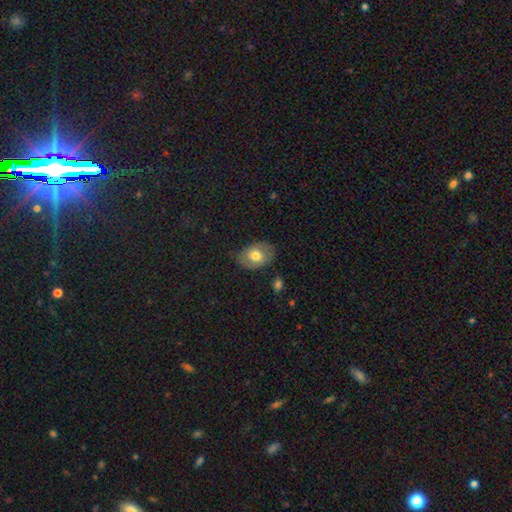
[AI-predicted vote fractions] Smooth or featured? smooth (64%)
How rounded? in between (76%)
Merging? none (71%)